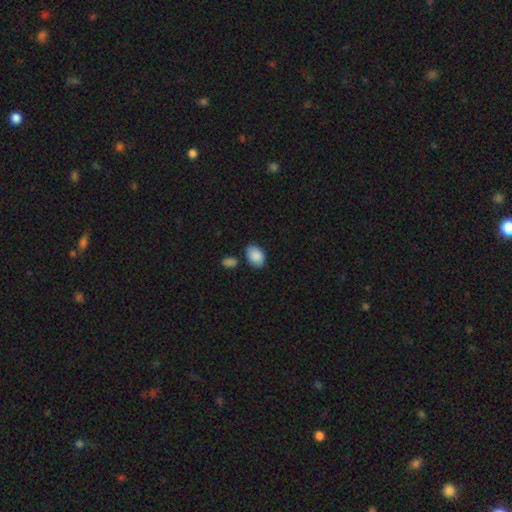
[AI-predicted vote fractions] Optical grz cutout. It shows a smooth galaxy with no disk features (88%) that is in between round and cigar-shaped (83%). Merging: none (75%).